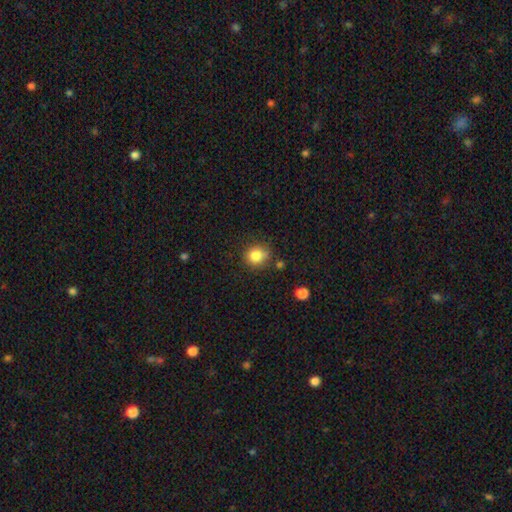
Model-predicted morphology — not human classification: Smooth or featured? smooth (83%)
How rounded? round (80%)
Merging? none (73%)